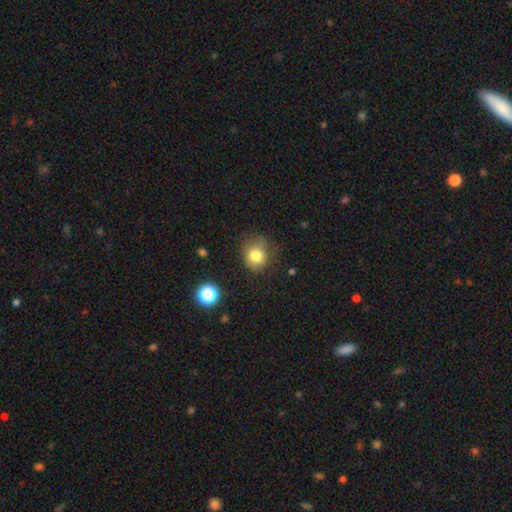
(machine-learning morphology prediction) Q: Smooth or featured?
A: smooth (79%); runner-up: star or artifact (12%)
Q: How rounded?
A: round (74%); runner-up: in between (26%)
Q: Merging?
A: none (66%); runner-up: minor disturbance (24%)